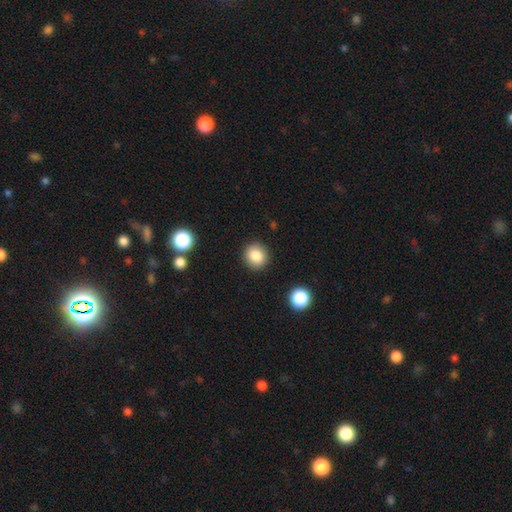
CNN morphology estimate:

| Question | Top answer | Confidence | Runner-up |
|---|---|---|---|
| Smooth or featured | smooth | 84% | star or artifact (10%) |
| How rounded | round | 88% | in between (12%) |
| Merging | none | 90% | minor disturbance (6%) |